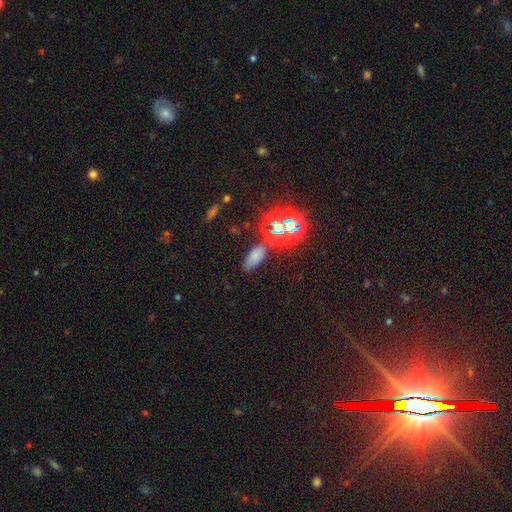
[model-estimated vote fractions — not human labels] Smooth or featured?
  - smooth: 61% *
  - star or artifact: 31%
  - featured or disk: 8%
How rounded?
  - in between: 84% *
  - cigar-shaped: 11%
  - round: 5%
Merging?
  - none: 76% *
  - minor disturbance: 14%
  - merger: 5%
  - major disturbance: 5%